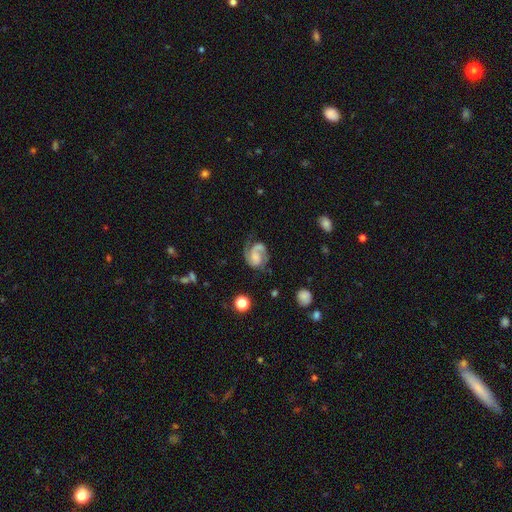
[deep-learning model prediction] Smooth or featured? Predicted: featured or disk (p=0.79). Edge-on disk? Predicted: no (p=0.98). Bar? Predicted: no (p=0.54). Spiral arms? Predicted: yes (p=0.95). Spiral winding? Predicted: medium (p=0.48). Spiral arm count? Predicted: 2 (p=0.71). Bulge size? Predicted: none (p=0.45). Merging? Predicted: none (p=0.55).